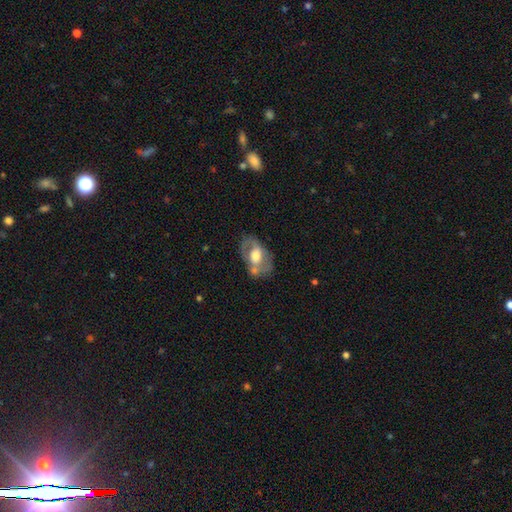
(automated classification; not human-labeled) Q: Smooth or featured?
A: featured or disk (60%); runner-up: smooth (34%)
Q: Edge-on disk?
A: no (91%); runner-up: yes (9%)
Q: Bar?
A: no (55%); runner-up: weak (30%)
Q: Spiral arms?
A: no (59%); runner-up: yes (41%)
Q: Bulge size?
A: moderate (48%); runner-up: large (39%)
Q: Merging?
A: none (56%); runner-up: minor disturbance (22%)